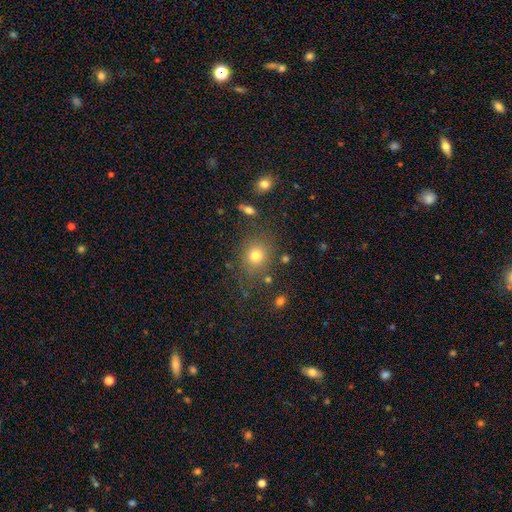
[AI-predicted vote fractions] A smooth galaxy with no disk features (76%) that is round (74%). Merging: none (79%).